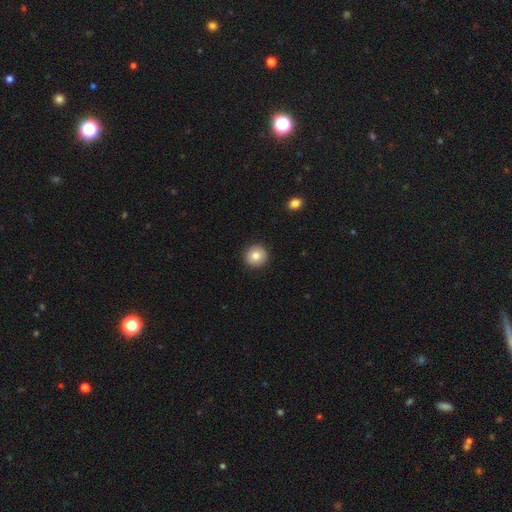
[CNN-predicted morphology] Smooth or featured: smooth — 82% (featured or disk — 9%)
How rounded: round — 93% (in between — 6%)
Merging: none — 93% (minor disturbance — 5%)